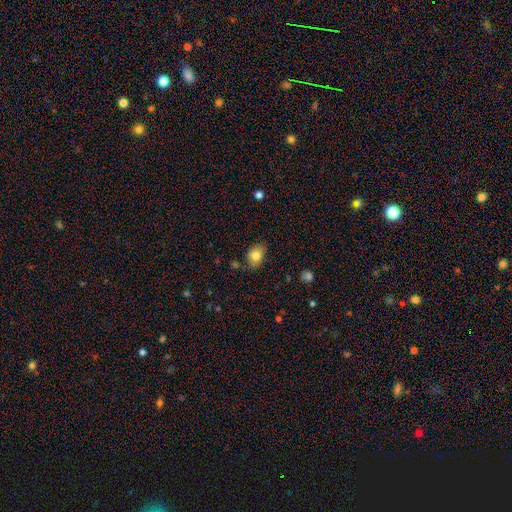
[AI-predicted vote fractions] smooth_or_featured: smooth (p=0.81) [alt: featured or disk p=0.11]
how_rounded: in between (p=0.73) [alt: round p=0.26]
merging: none (p=0.75) [alt: minor disturbance p=0.19]